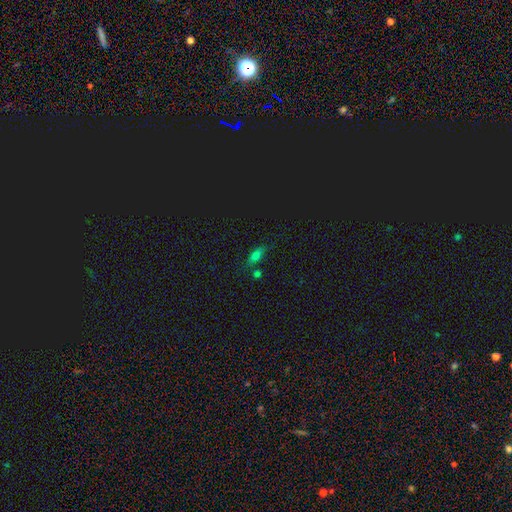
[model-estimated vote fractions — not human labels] Smooth or featured: smooth — 60% (star or artifact — 25%)
How rounded: in between — 69% (cigar-shaped — 22%)
Merging: none — 63% (minor disturbance — 18%)